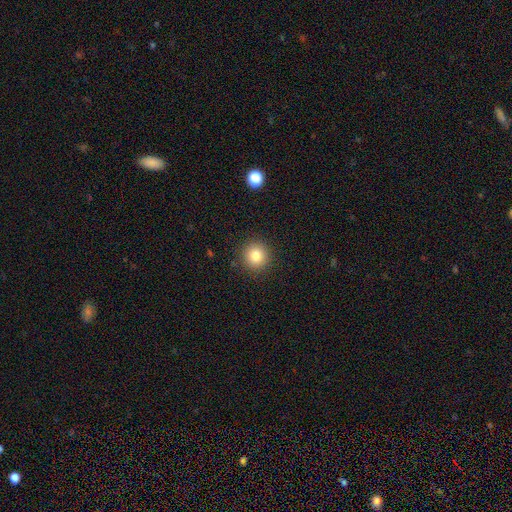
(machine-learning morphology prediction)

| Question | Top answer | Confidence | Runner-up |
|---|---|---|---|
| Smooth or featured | smooth | 81% | star or artifact (11%) |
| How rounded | round | 94% | in between (5%) |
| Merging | none | 90% | minor disturbance (6%) |